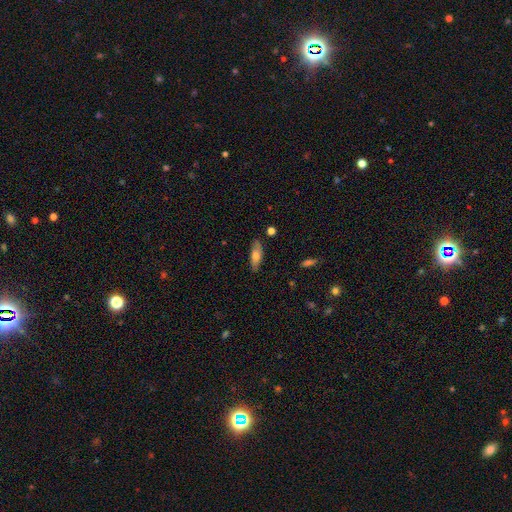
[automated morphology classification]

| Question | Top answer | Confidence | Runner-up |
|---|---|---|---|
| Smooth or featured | smooth | 68% | featured or disk (25%) |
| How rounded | in between | 62% | cigar-shaped (35%) |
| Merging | none | 79% | minor disturbance (16%) |